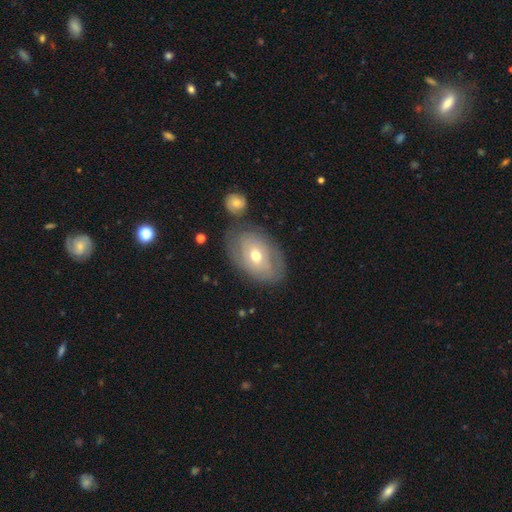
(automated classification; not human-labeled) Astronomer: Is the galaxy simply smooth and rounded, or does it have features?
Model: featured or disk — 56% (runner-up: smooth, 38%).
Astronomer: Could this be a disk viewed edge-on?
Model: no — 93%.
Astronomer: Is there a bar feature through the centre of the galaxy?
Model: no — 76%.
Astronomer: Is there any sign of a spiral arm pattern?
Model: yes — 53% (runner-up: no, 47%).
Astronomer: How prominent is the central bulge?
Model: moderate — 65%.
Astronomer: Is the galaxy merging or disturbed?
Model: none — 70%.